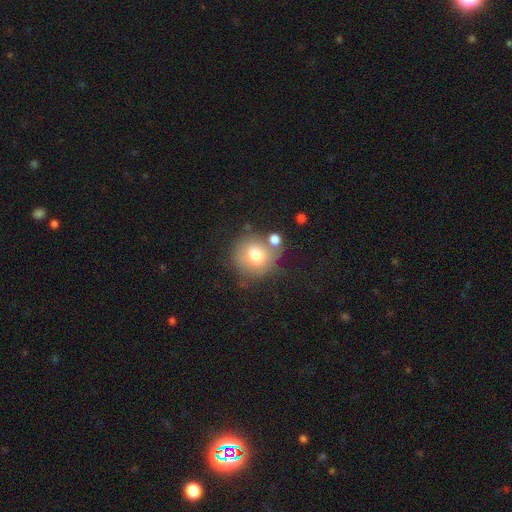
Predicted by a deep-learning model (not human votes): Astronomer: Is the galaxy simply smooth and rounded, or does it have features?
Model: smooth — 74%.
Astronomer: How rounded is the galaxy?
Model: round — 89%.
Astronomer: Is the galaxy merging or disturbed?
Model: none — 60%.